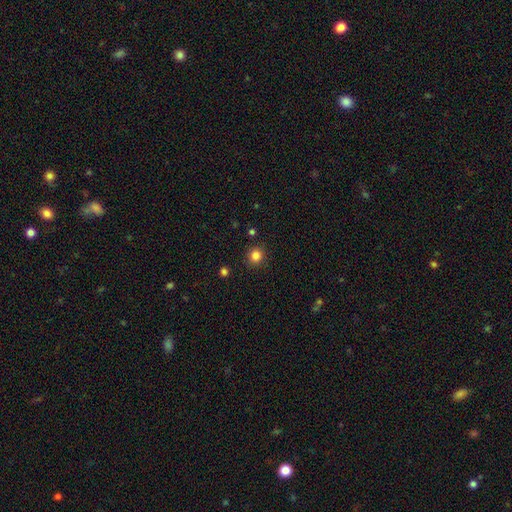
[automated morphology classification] smooth-or-featured: smooth: 84% | star or artifact: 12% | featured or disk: 4%
  how-rounded: round: 88% | in between: 11% | cigar-shaped: 1%
  merging: none: 89% | minor disturbance: 7% | major disturbance: 2% | merger: 2%